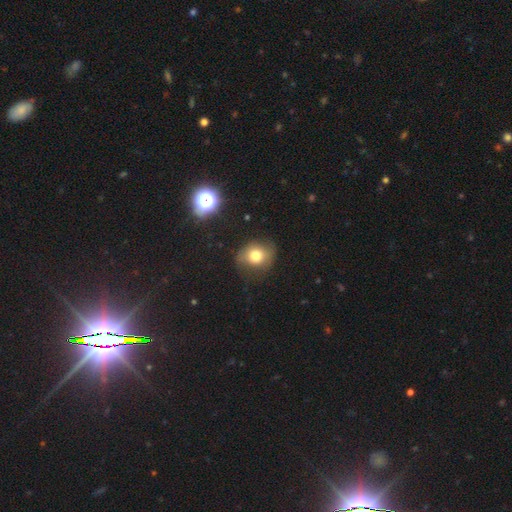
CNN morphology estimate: This appears to be a smooth galaxy with no disk features (72%) that is round (68%). Merging: none (72%).